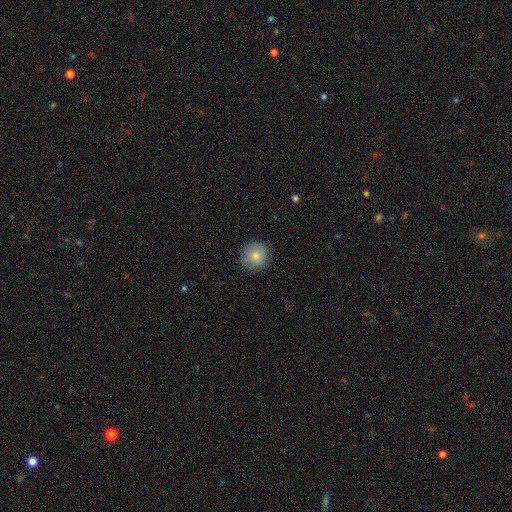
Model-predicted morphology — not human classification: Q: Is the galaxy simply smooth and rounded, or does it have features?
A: smooth — 75%.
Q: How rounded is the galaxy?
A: round — 94%.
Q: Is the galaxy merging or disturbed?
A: none — 86%.